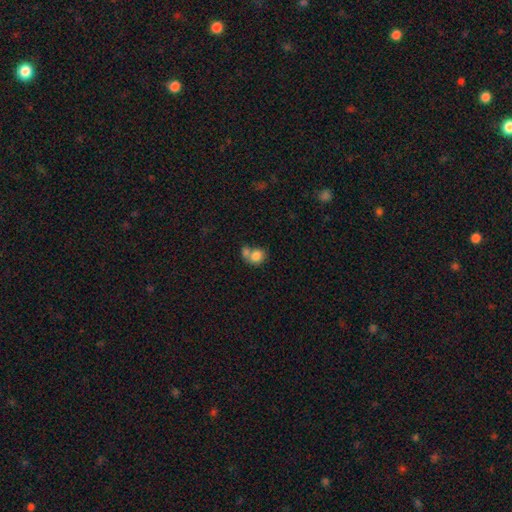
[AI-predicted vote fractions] smooth-or-featured: smooth: 79% | featured or disk: 12% | star or artifact: 9%
  how-rounded: round: 62% | in between: 37% | cigar-shaped: 1%
  merging: merger: 55% | none: 30% | minor disturbance: 10% | major disturbance: 5%